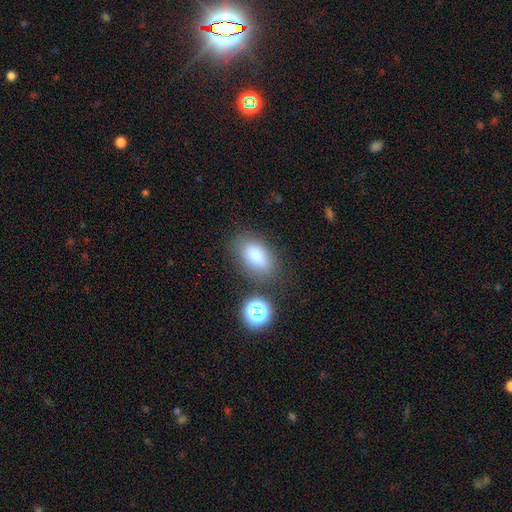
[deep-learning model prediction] A smooth galaxy with no disk features (82%) that is in between round and cigar-shaped (90%). Merging: none (76%).